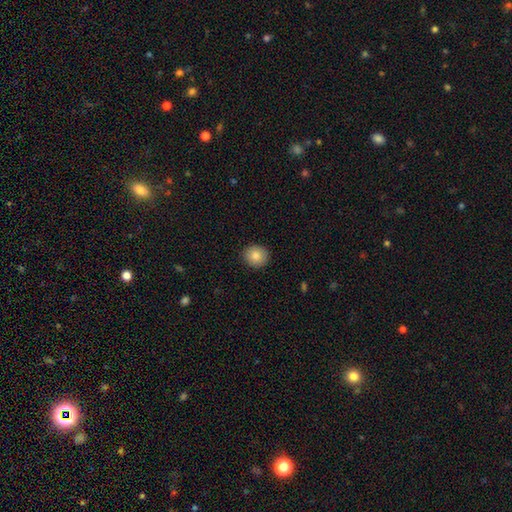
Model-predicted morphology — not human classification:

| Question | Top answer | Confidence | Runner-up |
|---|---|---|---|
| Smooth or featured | smooth | 84% | star or artifact (9%) |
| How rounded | round | 87% | in between (13%) |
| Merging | none | 91% | minor disturbance (6%) |